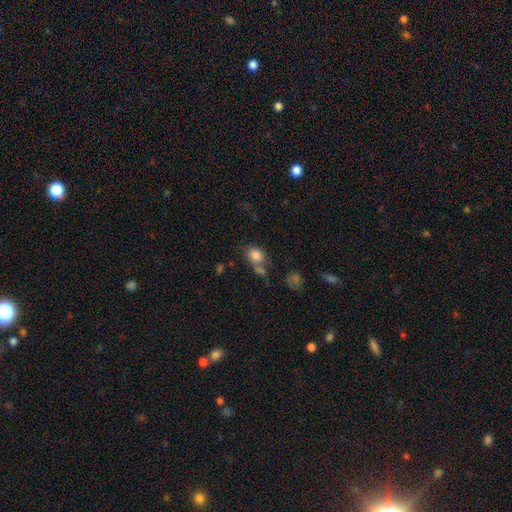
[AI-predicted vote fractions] The model was most divided on "merging": none: 43%, merger: 35%, minor disturbance: 14%, major disturbance: 8%. More confident: smooth or featured — smooth (83%); how rounded — round (55%).